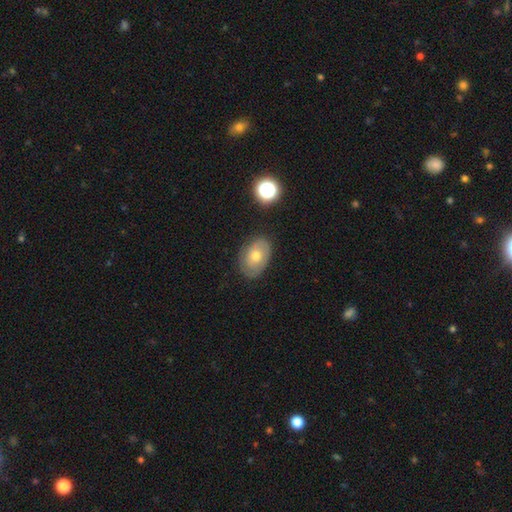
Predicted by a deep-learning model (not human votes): A smooth galaxy with no disk features (51%) that is in between round and cigar-shaped (79%).

Vote fractions:
- Smooth or featured? smooth: 51% / featured or disk: 40% / star or artifact: 9%
- How rounded? in between: 79% / round: 20% / cigar-shaped: 1%
- Merging? none: 77% / minor disturbance: 17% / major disturbance: 5% / merger: 2%